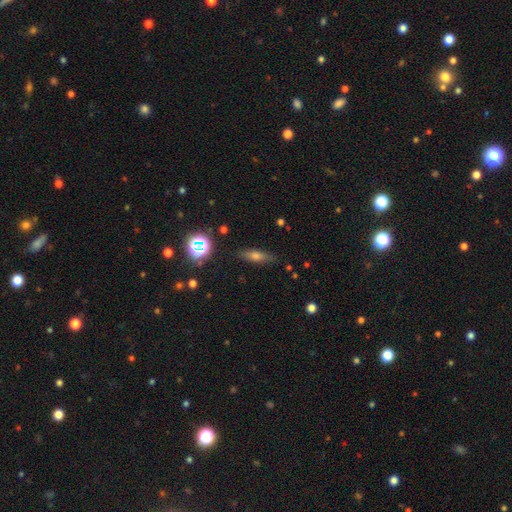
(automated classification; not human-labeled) smooth 58%, featured or disk 27%, star or artifact 15%. Down the decision tree: how rounded — cigar-shaped (55%); merging — none (85%).